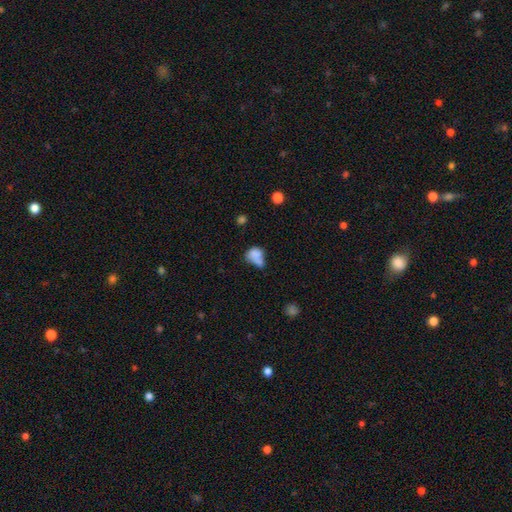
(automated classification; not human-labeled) Smooth or featured: smooth — 75% (featured or disk — 15%)
How rounded: in between — 60% (round — 39%)
Merging: merger — 38% (none — 24%)